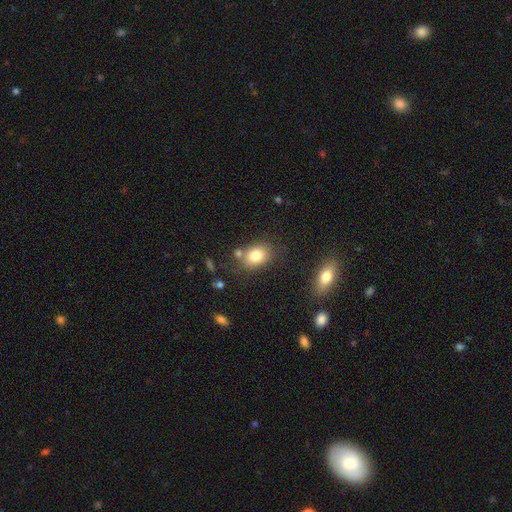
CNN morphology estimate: Q: Smooth or featured?
A: smooth (81%); runner-up: featured or disk (10%)
Q: How rounded?
A: in between (67%); runner-up: round (32%)
Q: Merging?
A: none (68%); runner-up: minor disturbance (14%)